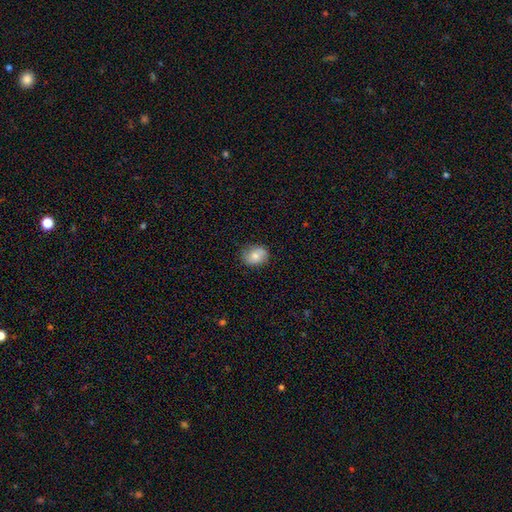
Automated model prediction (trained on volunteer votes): This appears to be a smooth galaxy with no disk features (77%) that is in between round and cigar-shaped (58%). Merging: none (80%).